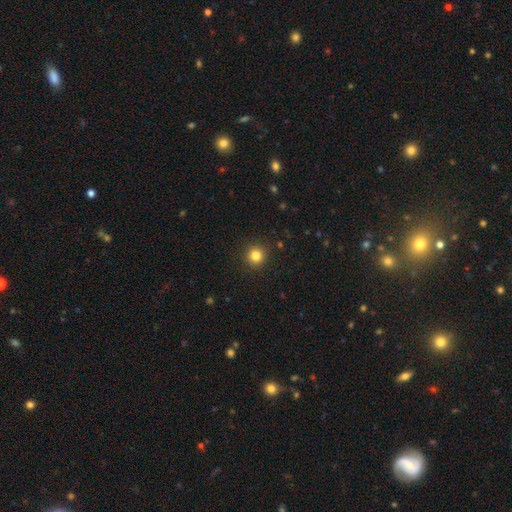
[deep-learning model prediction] smooth_or_featured: smooth (p=0.82) [alt: star or artifact p=0.13]
how_rounded: round (p=0.95) [alt: in between p=0.04]
merging: none (p=0.92) [alt: minor disturbance p=0.05]